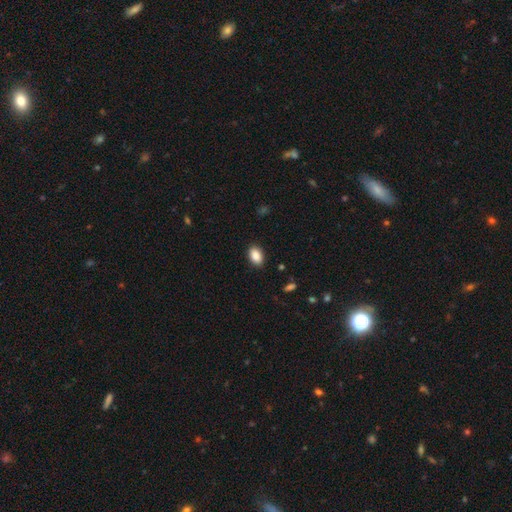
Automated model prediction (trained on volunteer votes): Smooth or featured: smooth — 89% (star or artifact — 8%)
How rounded: in between — 88% (round — 11%)
Merging: none — 88% (minor disturbance — 9%)